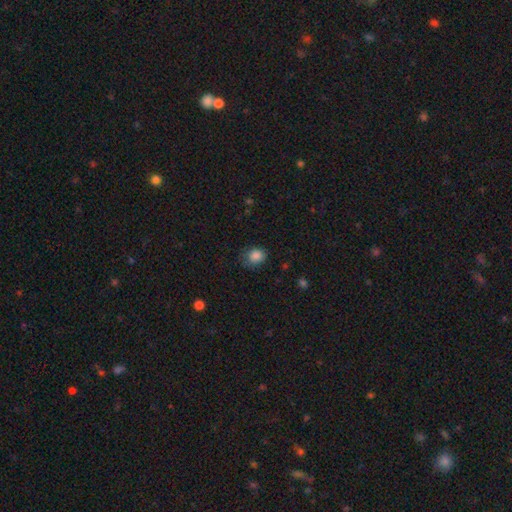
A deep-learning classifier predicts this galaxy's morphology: smooth_or_featured: smooth (p=0.85) [alt: star or artifact p=0.10]
how_rounded: round (p=0.59) [alt: in between p=0.40]
merging: none (p=0.61) [alt: minor disturbance p=0.28]